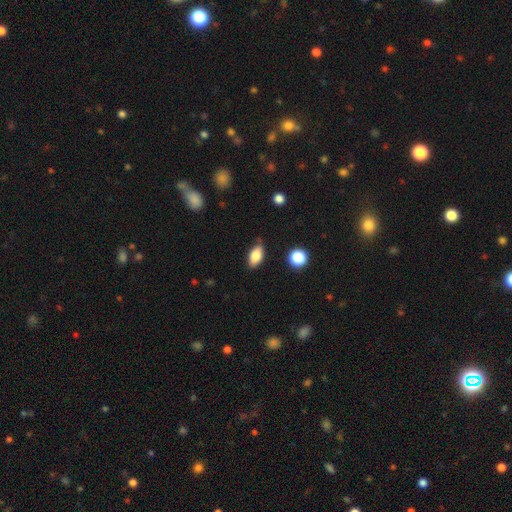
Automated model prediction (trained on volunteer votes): Morphology: type=smooth (82%); roundness=in between (89%); merging=none (78%).